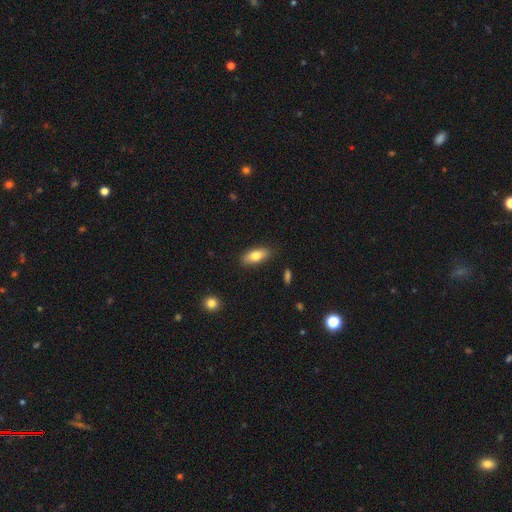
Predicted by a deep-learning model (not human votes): Smooth or featured? Predicted: smooth (p=0.77). How rounded? Predicted: in between (p=0.81). Merging? Predicted: none (p=0.86).